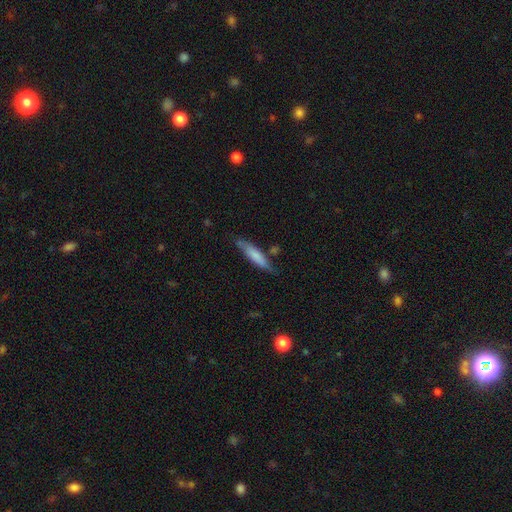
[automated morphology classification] Overall: smooth (73%). How rounded: cigar-shaped (81%). Merging: none (70%).